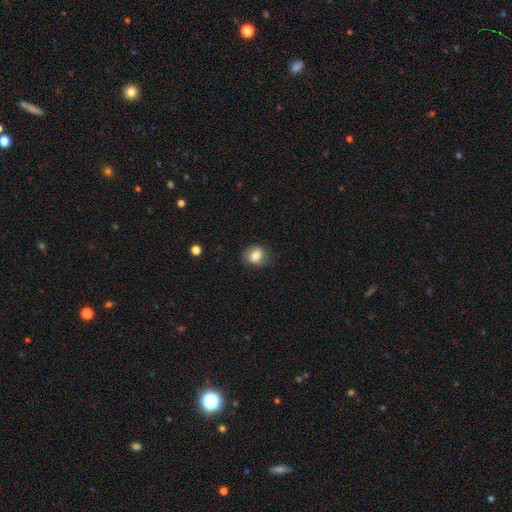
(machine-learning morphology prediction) A smooth galaxy with no disk features (80%) that is round (53%). Merging: none (74%).